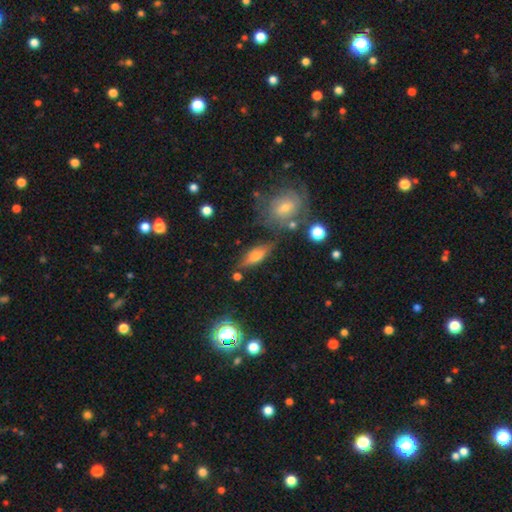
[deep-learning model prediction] Morphology: type=smooth (49%); merging=none (73%).